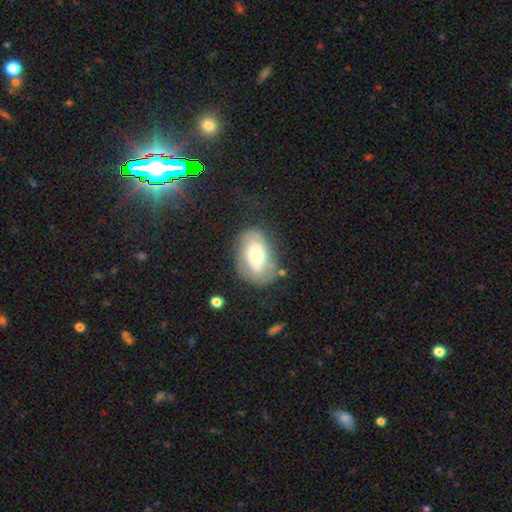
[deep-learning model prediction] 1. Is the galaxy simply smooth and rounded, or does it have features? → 53% smooth, 40% featured or disk, 7% star or artifact.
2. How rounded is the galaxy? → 87% in between, 11% round, 2% cigar-shaped.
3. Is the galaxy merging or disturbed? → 62% none, 23% minor disturbance, 12% major disturbance, 3% merger.